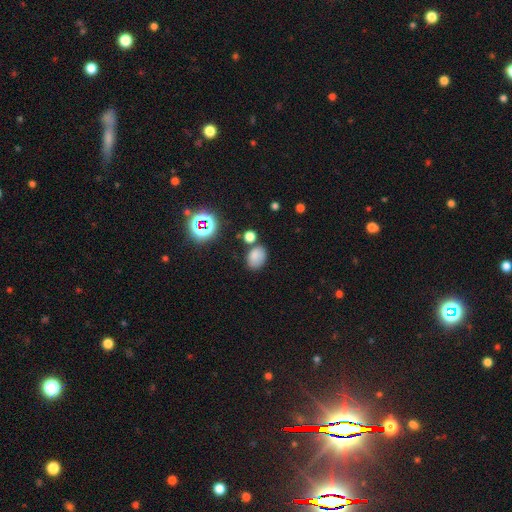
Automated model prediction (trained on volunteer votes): Overall: smooth (74%). How rounded: in between (75%). Merging: none (67%).